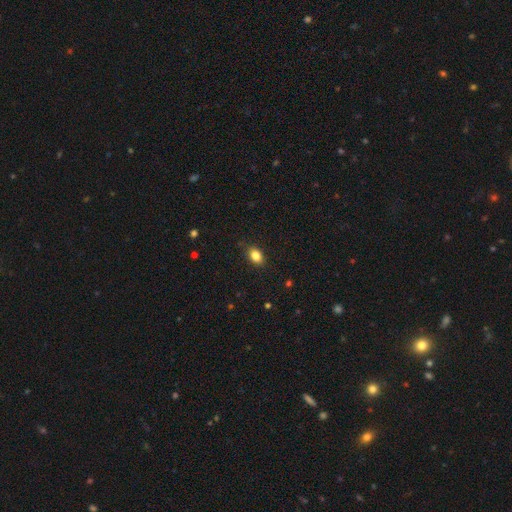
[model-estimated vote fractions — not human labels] Overall: smooth (84%). How rounded: in between (77%). Merging: none (86%).